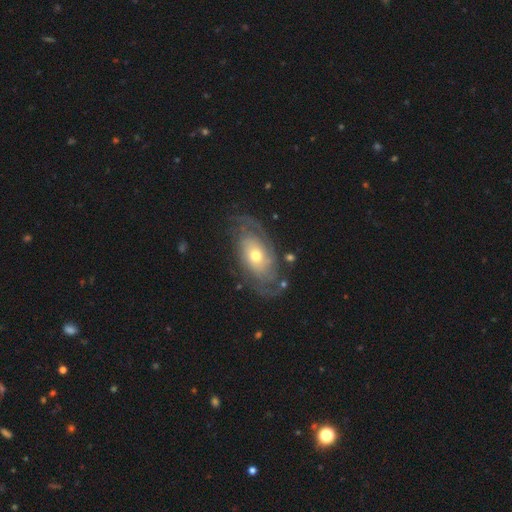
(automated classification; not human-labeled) featured or disk 78%, smooth 17%, star or artifact 6%. Down the decision tree: edge-on disk — no (93%); bar — no (80%); spiral arms — yes (86%); spiral arm count — can't tell (39%); spiral winding — tight (56%); bulge size — moderate (65%); merging — none (69%).